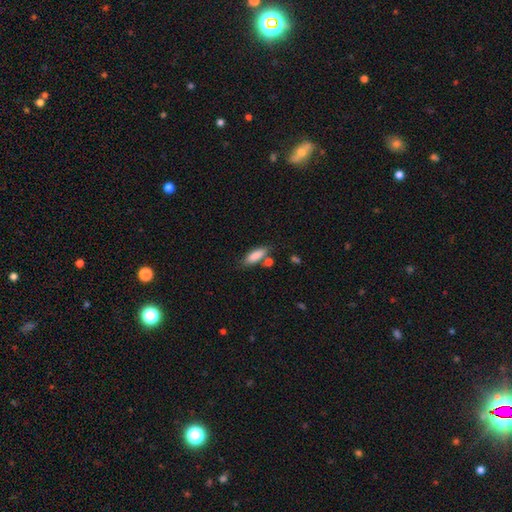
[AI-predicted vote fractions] Q: Smooth or featured?
A: smooth (86%); runner-up: featured or disk (7%)
Q: How rounded?
A: in between (62%); runner-up: cigar-shaped (35%)
Q: Merging?
A: none (71%); runner-up: minor disturbance (15%)